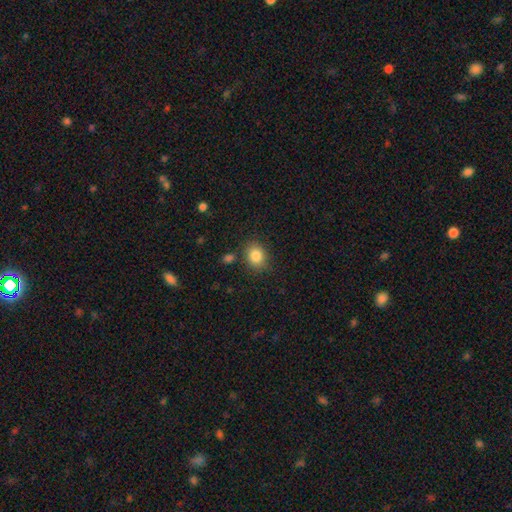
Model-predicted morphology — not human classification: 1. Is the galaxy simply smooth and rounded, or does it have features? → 85% smooth, 9% star or artifact, 6% featured or disk.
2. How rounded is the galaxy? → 55% round, 44% in between, 1% cigar-shaped.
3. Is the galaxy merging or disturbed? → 81% none, 12% minor disturbance, 4% merger, 3% major disturbance.